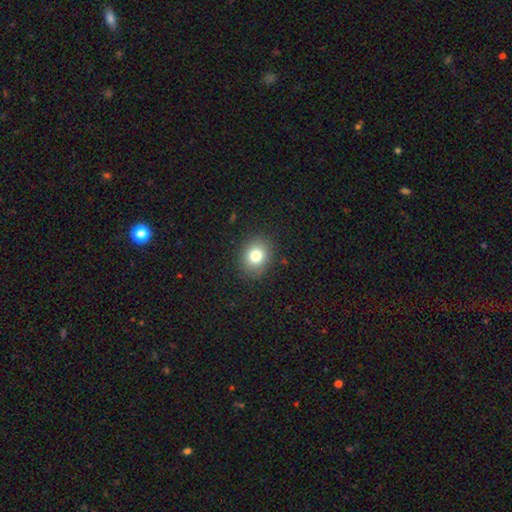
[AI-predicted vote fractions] A smooth galaxy with no disk features (80%) that is round (62%).

Vote fractions:
- Smooth or featured? smooth: 80% / star or artifact: 11% / featured or disk: 9%
- How rounded? round: 62% / in between: 38% / cigar-shaped: 1%
- Merging? none: 88% / minor disturbance: 8% / major disturbance: 3% / merger: 1%